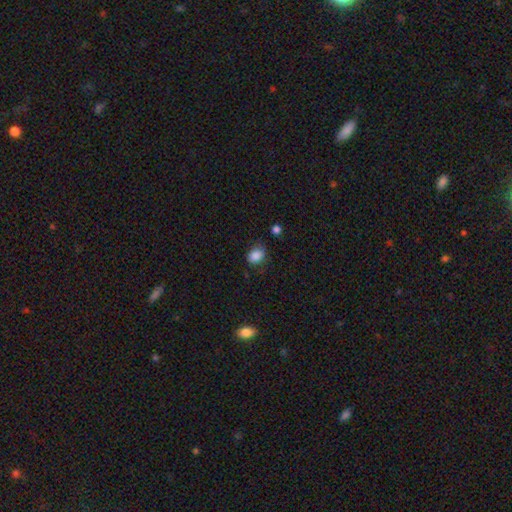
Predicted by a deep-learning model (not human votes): This appears to be a smooth galaxy with no disk features (87%) that is in between round and cigar-shaped (68%). Merging: none (72%).